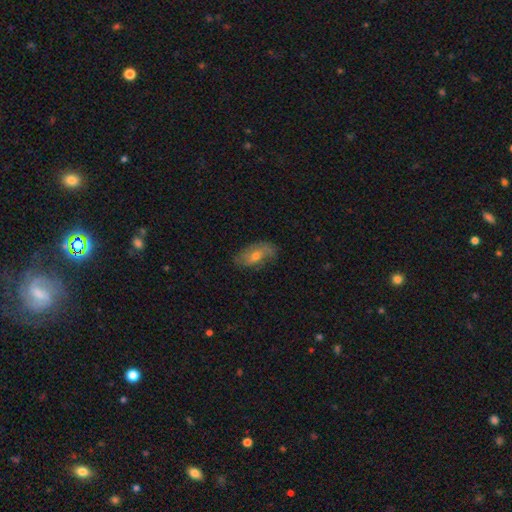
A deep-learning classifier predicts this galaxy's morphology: Q: Smooth or featured?
A: featured or disk (48%); runner-up: smooth (43%)
Q: Merging?
A: none (71%); runner-up: minor disturbance (22%)